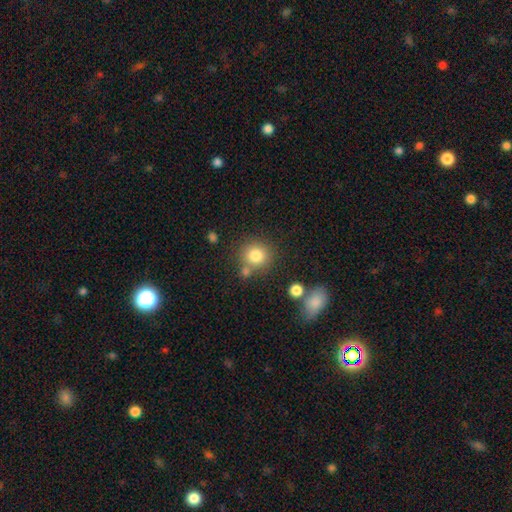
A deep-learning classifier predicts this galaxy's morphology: Smooth or featured? Predicted: smooth (p=0.81). How rounded? Predicted: round (p=0.88). Merging? Predicted: none (p=0.71).